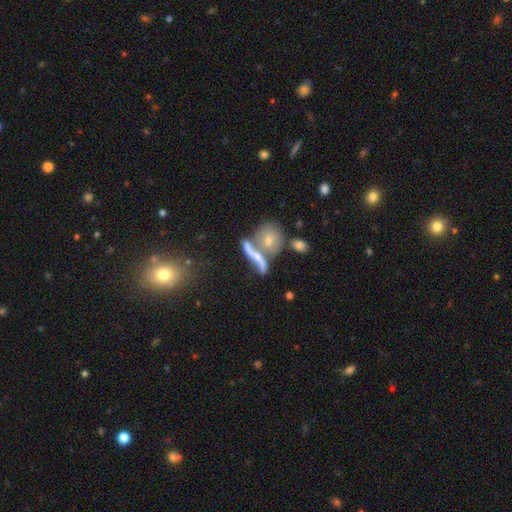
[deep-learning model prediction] This appears to be a featured or disk galaxy (52%). Merging: merger (47%).